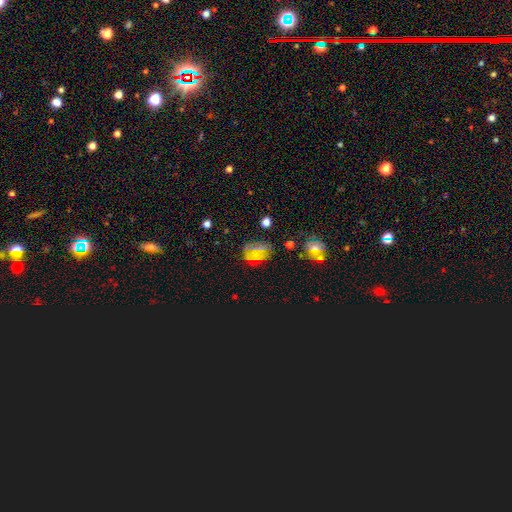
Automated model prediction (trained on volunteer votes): Q: Smooth or featured?
A: smooth (45%); runner-up: star or artifact (32%)
Q: Merging?
A: none (63%); runner-up: minor disturbance (19%)